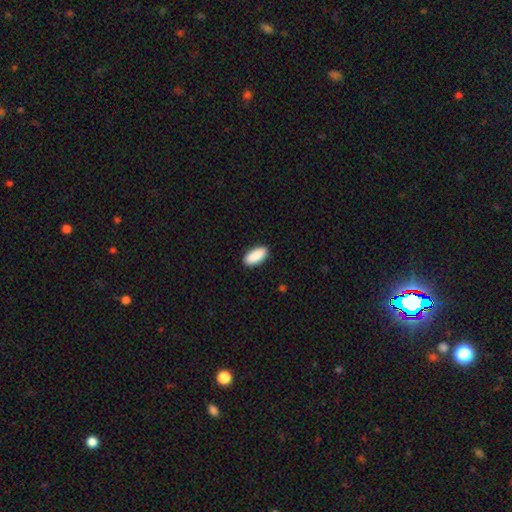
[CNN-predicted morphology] smooth-or-featured: smooth: 91% | star or artifact: 6% | featured or disk: 3%
  how-rounded: in between: 91% | cigar-shaped: 7% | round: 2%
  merging: none: 89% | minor disturbance: 8% | major disturbance: 2% | merger: 1%